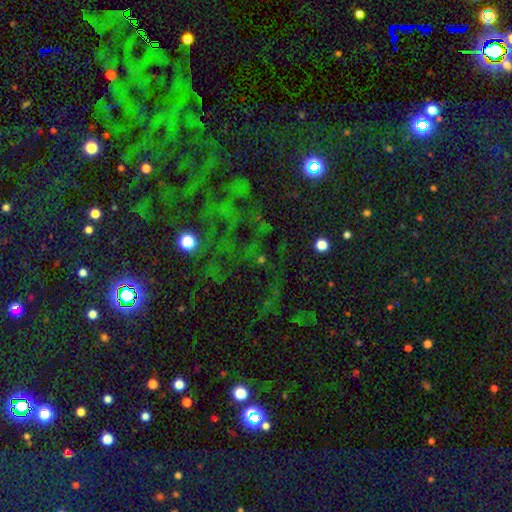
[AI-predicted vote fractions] This appears to be a star or artifact, not a galaxy (67%).